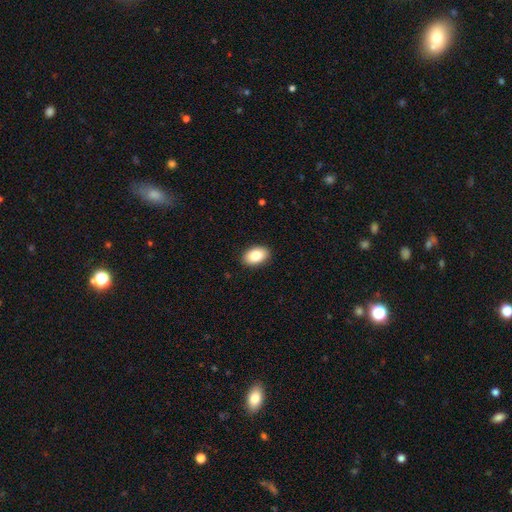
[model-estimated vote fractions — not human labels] A smooth galaxy with no disk features (85%) that is in between round and cigar-shaped (89%). Merging: none (90%).